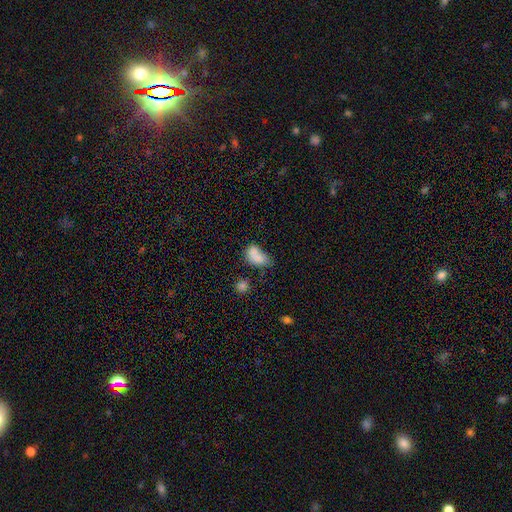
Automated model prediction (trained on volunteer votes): smooth-or-featured: smooth: 75% | featured or disk: 14% | star or artifact: 10%
  how-rounded: in between: 82% | round: 15% | cigar-shaped: 2%
  merging: merger: 38% | none: 25% | minor disturbance: 21% | major disturbance: 15%